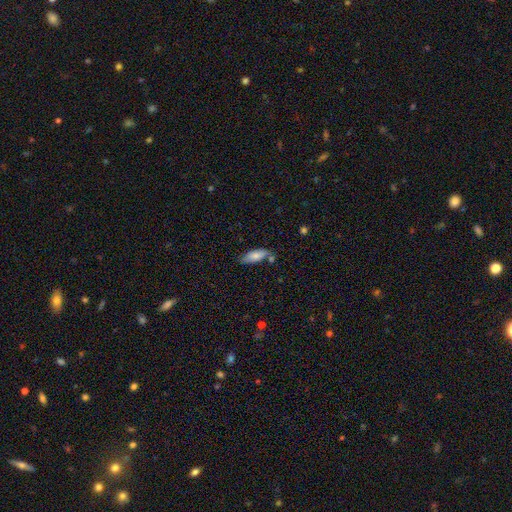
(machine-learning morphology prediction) Smooth or featured?
  - smooth: 78% *
  - featured or disk: 15%
  - star or artifact: 6%
How rounded?
  - in between: 70% *
  - cigar-shaped: 28%
  - round: 2%
Merging?
  - none: 68% *
  - minor disturbance: 19%
  - merger: 9%
  - major disturbance: 4%